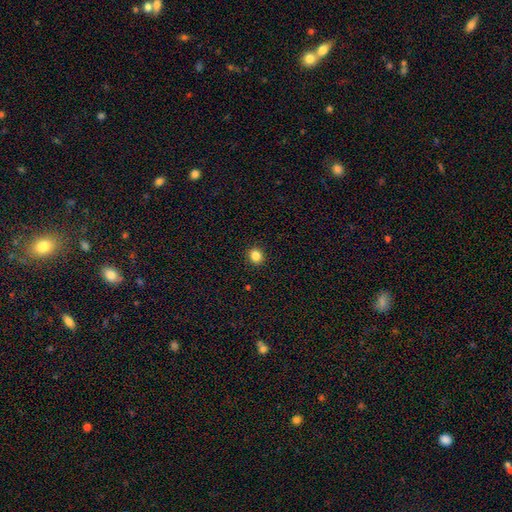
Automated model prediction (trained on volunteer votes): The model was most divided on "how rounded": round: 79%, in between: 20%, cigar-shaped: 1%. More confident: merging — none (92%); smooth or featured — smooth (85%).